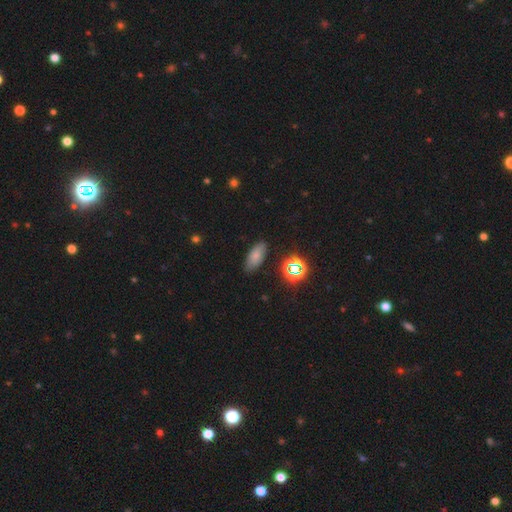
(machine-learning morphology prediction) smooth 72%, star or artifact 16%, featured or disk 12%. Down the decision tree: how rounded — in between (82%); merging — none (82%).